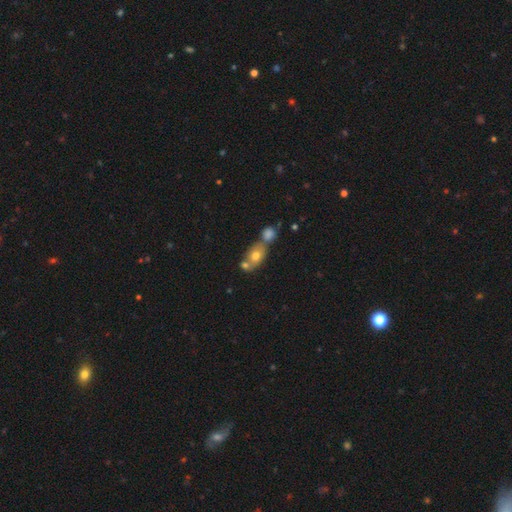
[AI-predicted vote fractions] A smooth galaxy with no disk features (69%) that is in between round and cigar-shaped (69%).

Vote fractions:
- Smooth or featured? smooth: 69% / featured or disk: 21% / star or artifact: 10%
- How rounded? in between: 69% / round: 28% / cigar-shaped: 3%
- Merging? merger: 50% / none: 36% / minor disturbance: 10% / major disturbance: 4%